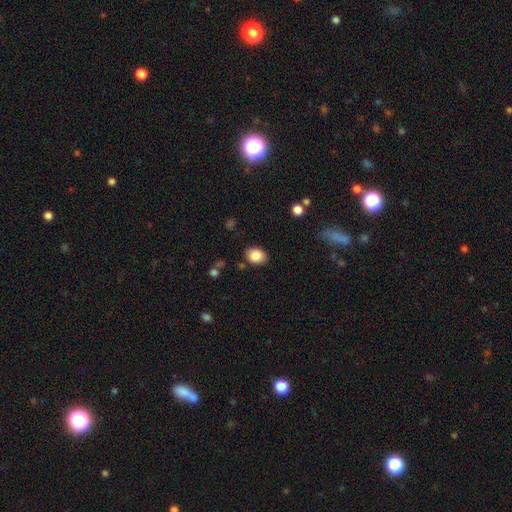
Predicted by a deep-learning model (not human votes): A smooth galaxy with no disk features (86%) that is in between round and cigar-shaped (60%).

Vote fractions:
- Smooth or featured? smooth: 86% / star or artifact: 8% / featured or disk: 5%
- How rounded? in between: 60% / round: 39% / cigar-shaped: 1%
- Merging? none: 83% / minor disturbance: 12% / major disturbance: 3% / merger: 2%